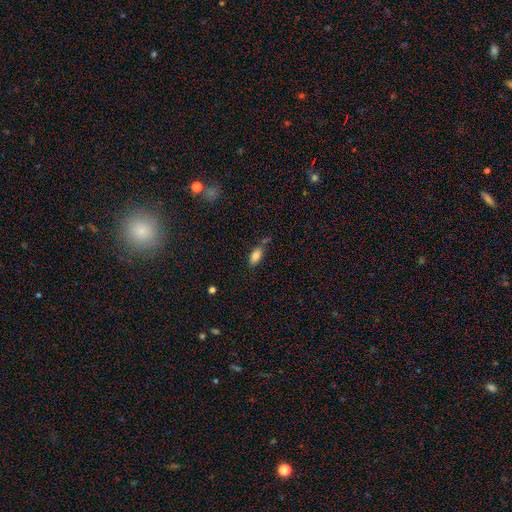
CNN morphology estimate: Smooth or featured? Predicted: smooth (p=0.83). How rounded? Predicted: in between (p=0.88). Merging? Predicted: none (p=0.64).